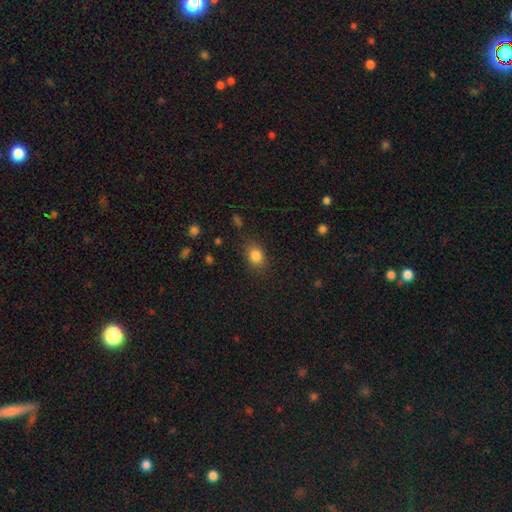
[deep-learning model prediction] A smooth galaxy with no disk features (84%) that is in between round and cigar-shaped (56%).

Vote fractions:
- Smooth or featured? smooth: 84% / star or artifact: 10% / featured or disk: 6%
- How rounded? in between: 56% / round: 43% / cigar-shaped: 1%
- Merging? none: 81% / minor disturbance: 13% / major disturbance: 4% / merger: 2%